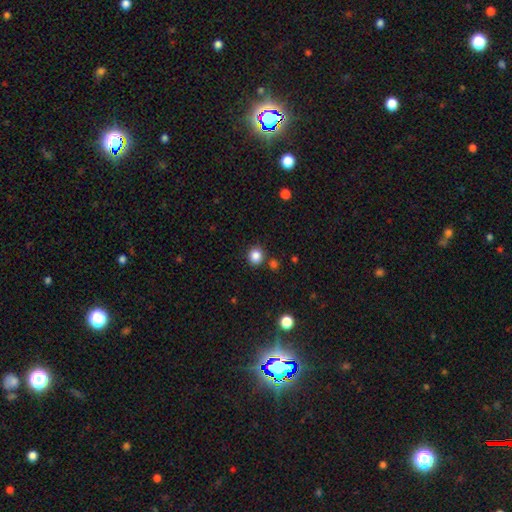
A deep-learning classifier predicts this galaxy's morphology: Smooth or featured? Predicted: smooth (p=0.85). How rounded? Predicted: round (p=0.83). Merging? Predicted: none (p=0.83).